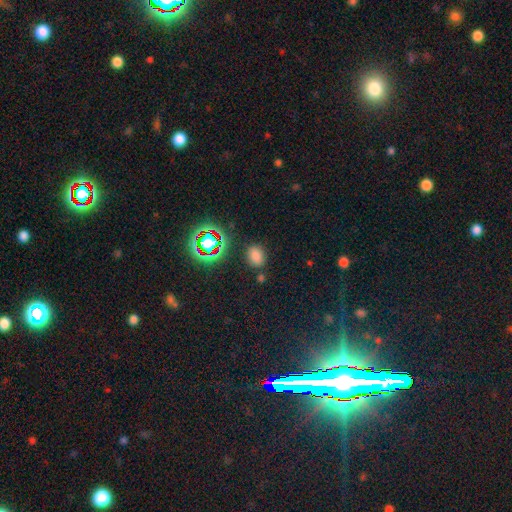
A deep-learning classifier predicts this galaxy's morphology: Smooth or featured?
  - smooth: 72% *
  - star or artifact: 21%
  - featured or disk: 6%
How rounded?
  - in between: 65% *
  - round: 33%
  - cigar-shaped: 1%
Merging?
  - none: 80% *
  - minor disturbance: 12%
  - merger: 4%
  - major disturbance: 4%